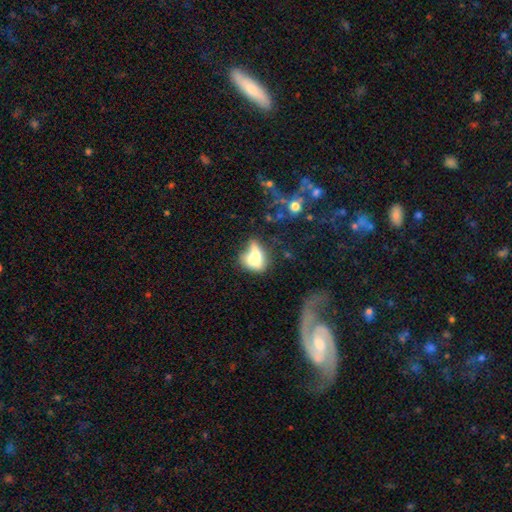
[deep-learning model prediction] smooth-or-featured: smooth: 56% | featured or disk: 33% | star or artifact: 11%
  how-rounded: in between: 65% | round: 26% | cigar-shaped: 9%
  merging: merger: 50% | none: 23% | major disturbance: 15% | minor disturbance: 12%